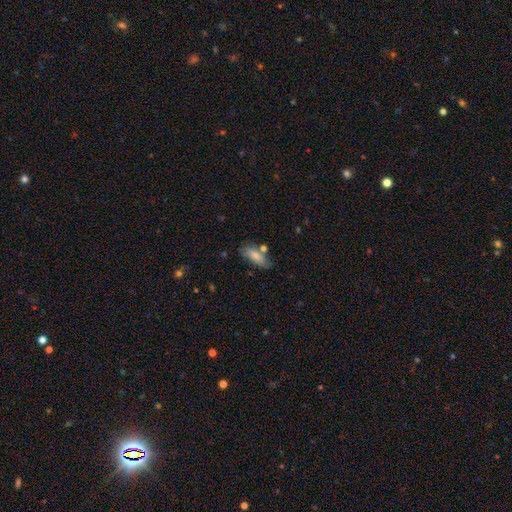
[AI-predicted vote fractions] smooth_or_featured: smooth (p=0.77) [alt: featured or disk p=0.16]
how_rounded: in between (p=0.71) [alt: cigar-shaped p=0.27]
merging: none (p=0.66) [alt: minor disturbance p=0.19]